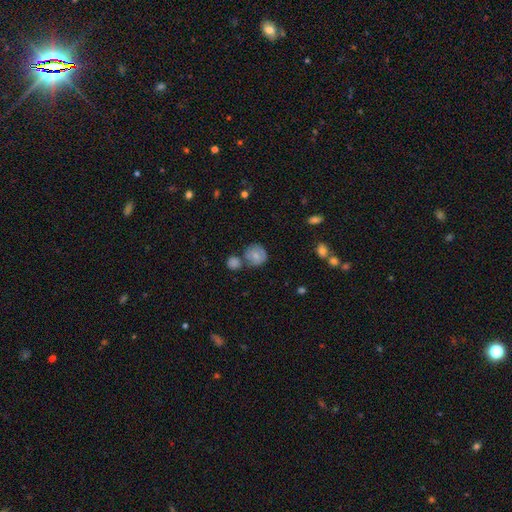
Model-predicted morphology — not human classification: type=smooth (72%); roundness=round (84%); merging=none (54%).